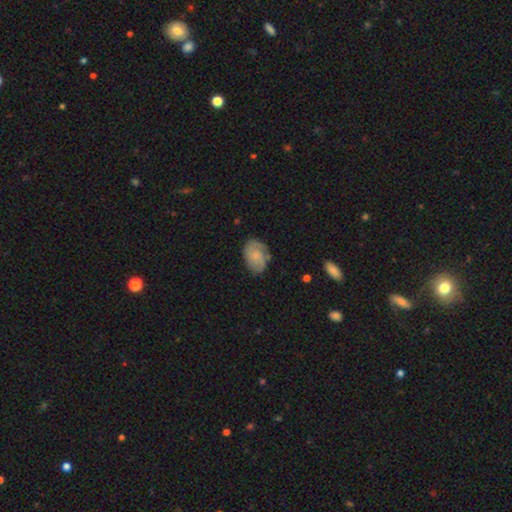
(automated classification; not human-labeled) This appears to be a smooth galaxy with no disk features (53%) that is in between round and cigar-shaped (82%). Merging: none (67%).